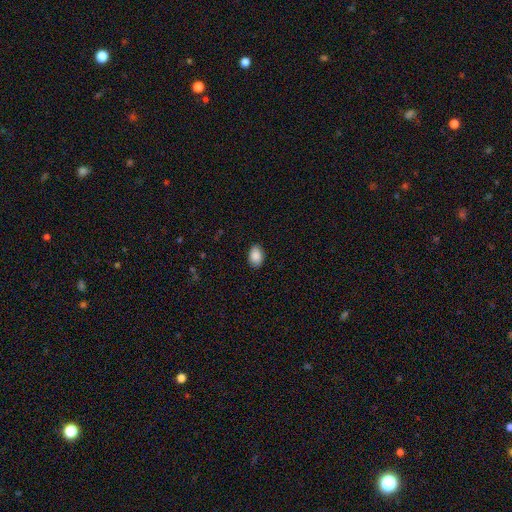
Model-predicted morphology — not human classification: smooth 89%, star or artifact 7%, featured or disk 4%. Down the decision tree: how rounded — in between (86%); merging — none (88%).